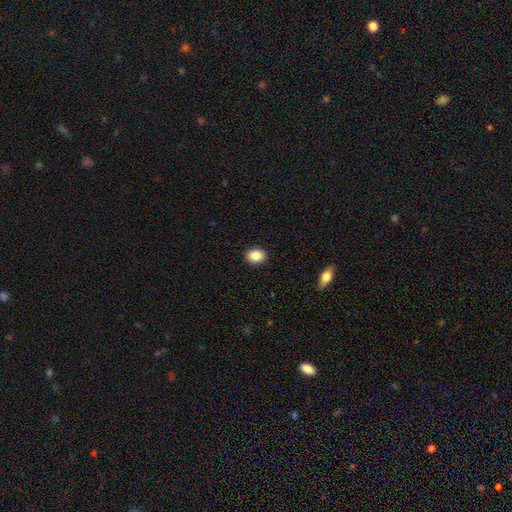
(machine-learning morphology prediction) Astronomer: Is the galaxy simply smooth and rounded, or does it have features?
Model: smooth — 86%.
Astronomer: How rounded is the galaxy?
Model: in between — 57% (runner-up: round, 42%).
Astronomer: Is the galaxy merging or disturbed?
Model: none — 91%.